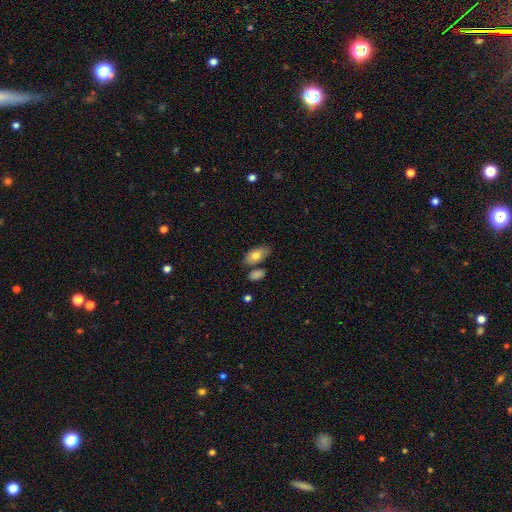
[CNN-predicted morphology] Smooth or featured: smooth — 75% (featured or disk — 18%)
How rounded: in between — 91% (round — 5%)
Merging: none — 68% (minor disturbance — 16%)